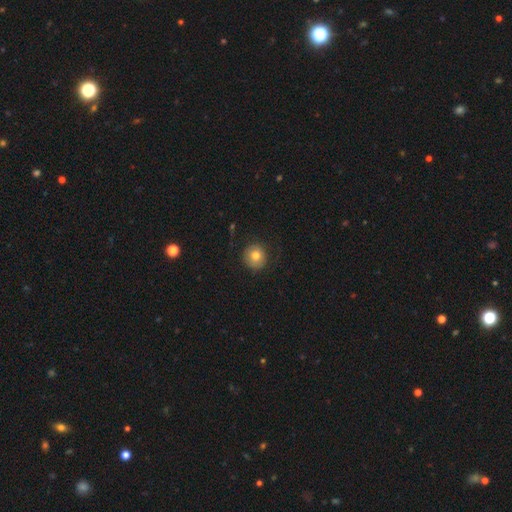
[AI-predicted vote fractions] smooth 76%, featured or disk 13%, star or artifact 10%. Down the decision tree: how rounded — round (92%); merging — none (82%).